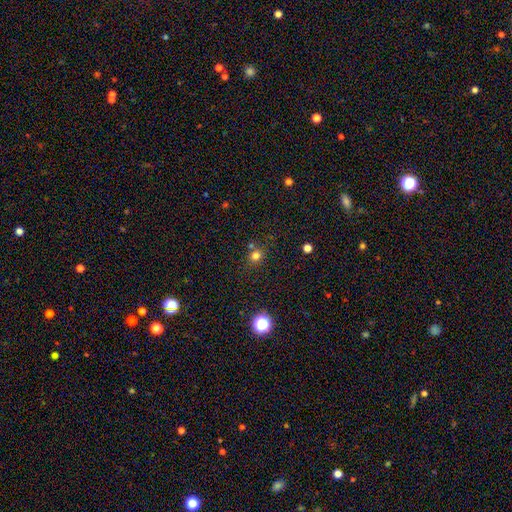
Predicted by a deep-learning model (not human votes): smooth_or_featured: smooth (p=0.74) [alt: star or artifact p=0.19]
how_rounded: round (p=0.81) [alt: in between p=0.18]
merging: none (p=0.71) [alt: merger p=0.14]